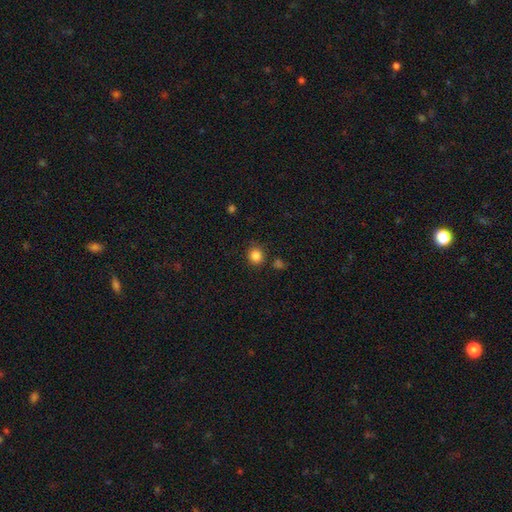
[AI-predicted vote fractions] Overall: smooth (85%). How rounded: round (86%). Merging: none (83%).